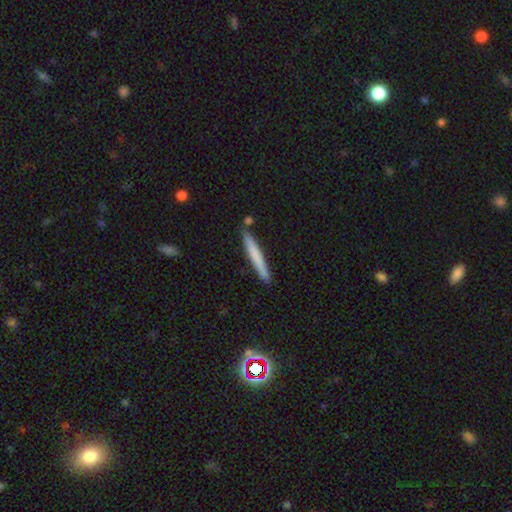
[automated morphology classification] A smooth galaxy with no disk features (69%) that is cigar-shaped (96%).

Vote fractions:
- Smooth or featured? smooth: 69% / featured or disk: 26% / star or artifact: 5%
- How rounded? cigar-shaped: 96% / in between: 2% / round: 1%
- Merging? none: 85% / minor disturbance: 9% / merger: 4% / major disturbance: 2%